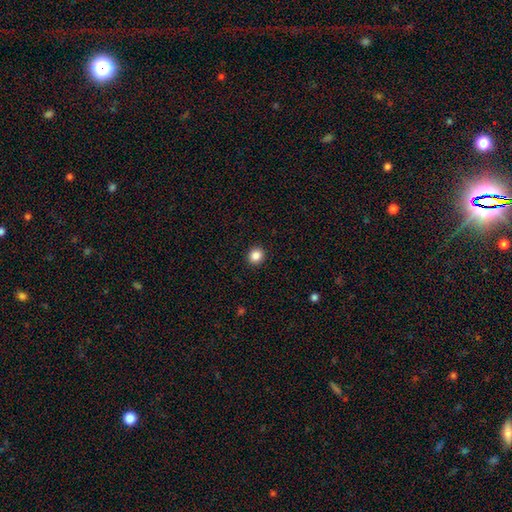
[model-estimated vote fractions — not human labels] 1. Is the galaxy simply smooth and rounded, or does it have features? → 86% smooth, 10% star or artifact, 4% featured or disk.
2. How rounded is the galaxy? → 85% round, 14% in between, 1% cigar-shaped.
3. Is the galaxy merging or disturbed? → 93% none, 5% minor disturbance, 2% major disturbance, 1% merger.